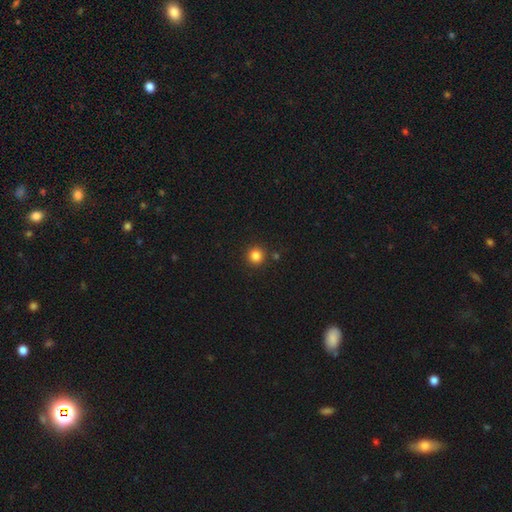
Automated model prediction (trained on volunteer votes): Q: Smooth or featured?
A: smooth (84%); runner-up: star or artifact (12%)
Q: How rounded?
A: round (94%); runner-up: in between (5%)
Q: Merging?
A: none (89%); runner-up: minor disturbance (6%)